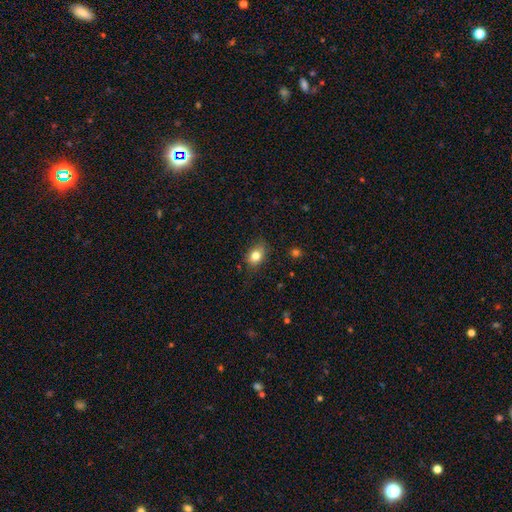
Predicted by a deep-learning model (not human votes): Overall: smooth (80%). How rounded: in between (69%). Merging: none (73%).